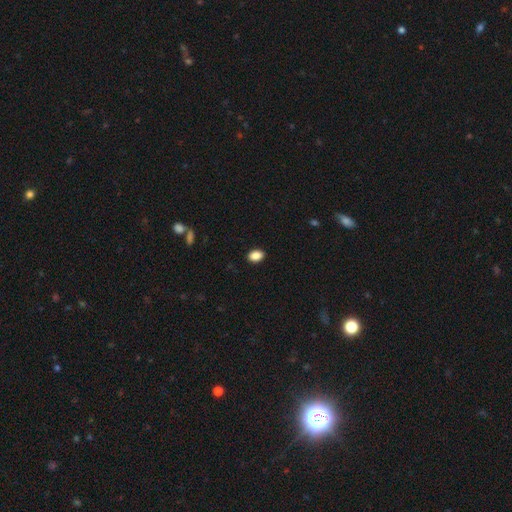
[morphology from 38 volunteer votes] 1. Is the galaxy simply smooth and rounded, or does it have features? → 97% smooth, 3% star or artifact, 0% featured or disk.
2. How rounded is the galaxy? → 65% in between, 35% round, 0% cigar-shaped.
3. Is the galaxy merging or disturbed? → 95% none, 5% minor disturbance, 0% major disturbance, 0% merger.